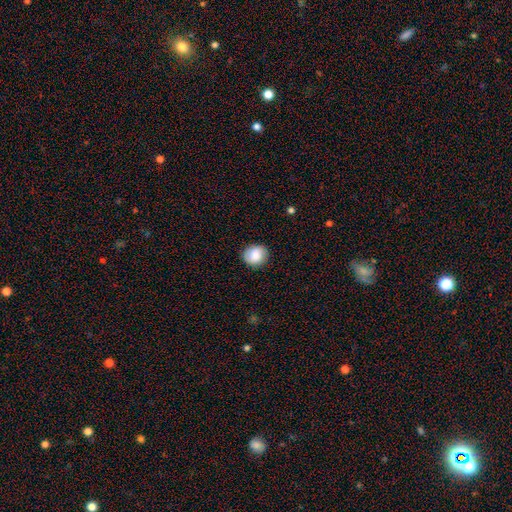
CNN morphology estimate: This appears to be a smooth galaxy with no disk features (85%) that is round (72%). Merging: none (86%).